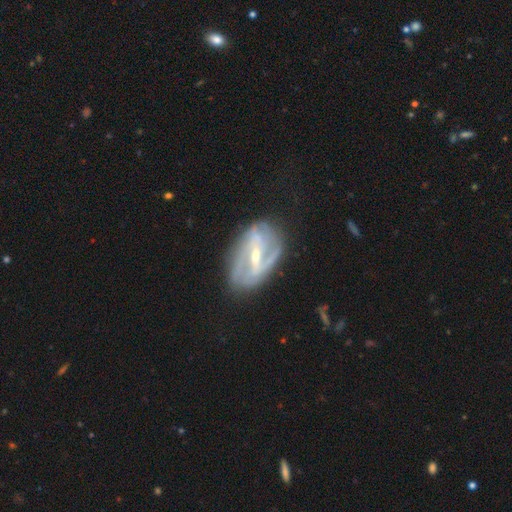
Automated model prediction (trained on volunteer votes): smooth-or-featured: featured or disk: 83% | smooth: 11% | star or artifact: 6%
  disk-edge-on: no: 95% | yes: 5%
    bar: strong: 53% | weak: 36% | no: 11%
    has-spiral-arms: yes: 86% | no: 14%
      spiral-winding: medium: 39% | tight: 30% | loose: 30%
      spiral-arm-count: 2: 62% | can't tell: 21% | 3: 8% | 1: 5% | 4: 3% | more than 4: 2%
    bulge-size: small: 52% | moderate: 42% | none: 3% | large: 2% | dominant: 1%
  merging: none: 67% | minor disturbance: 21% | major disturbance: 10% | merger: 2%